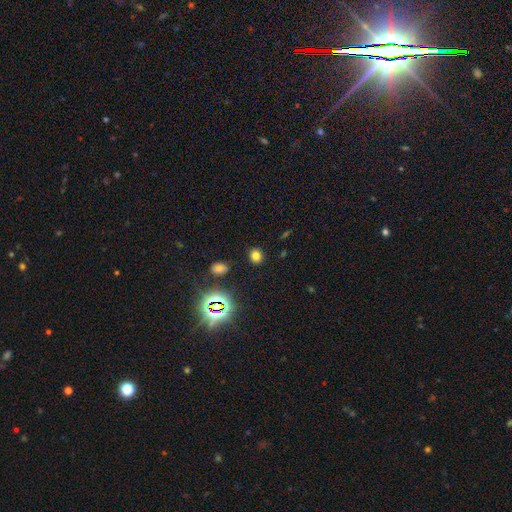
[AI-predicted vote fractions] A smooth galaxy with no disk features (73%) that is round (74%).

Vote fractions:
- Smooth or featured? smooth: 73% / star or artifact: 20% / featured or disk: 7%
- How rounded? round: 74% / in between: 25% / cigar-shaped: 1%
- Merging? none: 89% / minor disturbance: 7% / major disturbance: 2% / merger: 2%